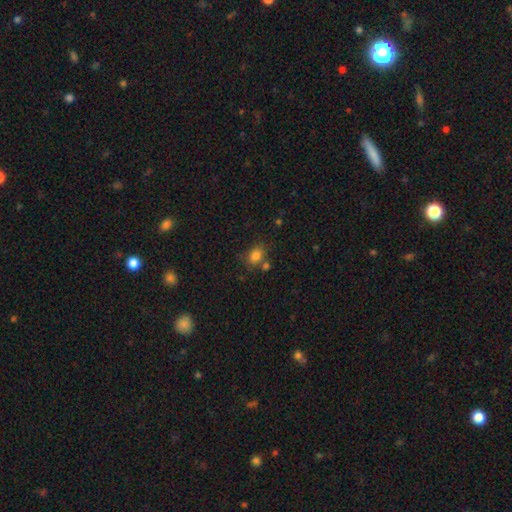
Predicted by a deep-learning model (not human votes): Smooth or featured? smooth (81%)
How rounded? in between (59%)
Merging? none (64%)